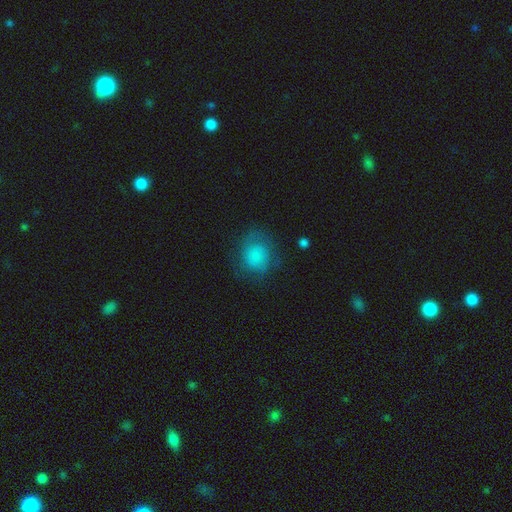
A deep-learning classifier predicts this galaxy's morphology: This appears to be a smooth galaxy with no disk features (70%) that is round (75%). Merging: none (66%).